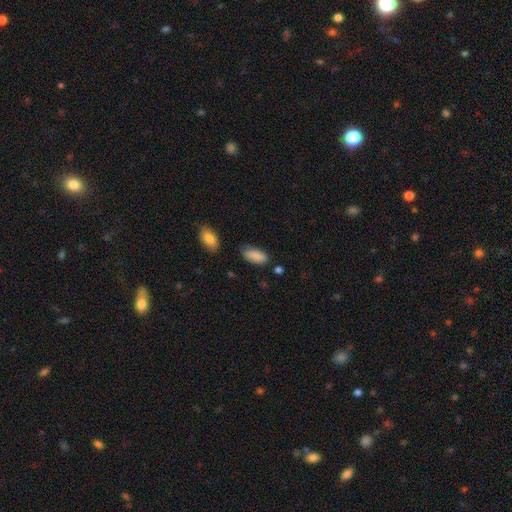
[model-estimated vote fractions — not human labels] Q: Smooth or featured?
A: smooth (88%); runner-up: star or artifact (7%)
Q: How rounded?
A: in between (87%); runner-up: cigar-shaped (11%)
Q: Merging?
A: none (71%); runner-up: minor disturbance (21%)